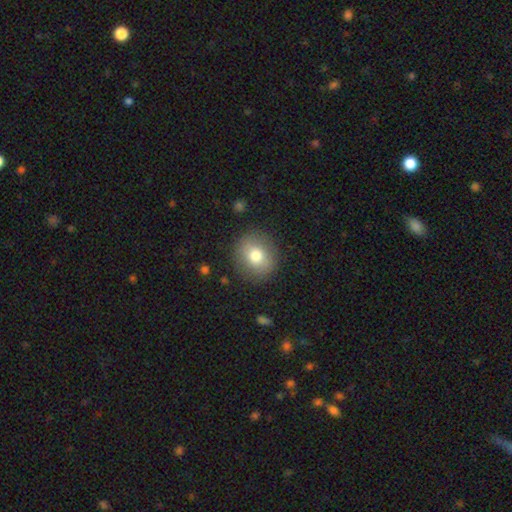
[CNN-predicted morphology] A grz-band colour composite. It shows a smooth galaxy with no disk features (76%) that is round (83%). Merging: none (87%).